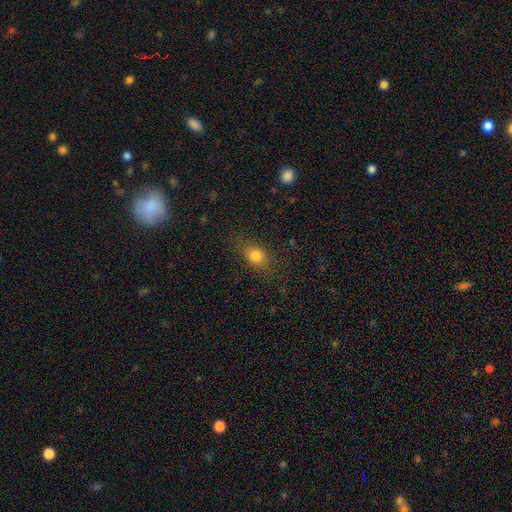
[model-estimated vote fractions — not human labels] Morphology: type=smooth (80%); roundness=in between (61%); merging=none (80%).